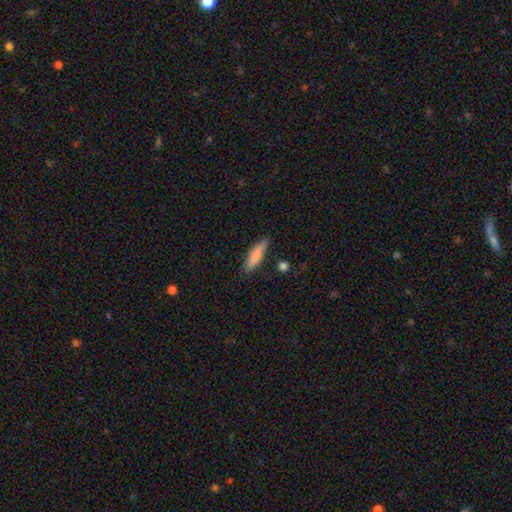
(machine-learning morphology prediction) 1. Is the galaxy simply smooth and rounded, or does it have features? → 77% smooth, 17% featured or disk, 6% star or artifact.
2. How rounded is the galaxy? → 71% cigar-shaped, 28% in between, 2% round.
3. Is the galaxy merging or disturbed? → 80% none, 15% minor disturbance, 3% merger, 3% major disturbance.